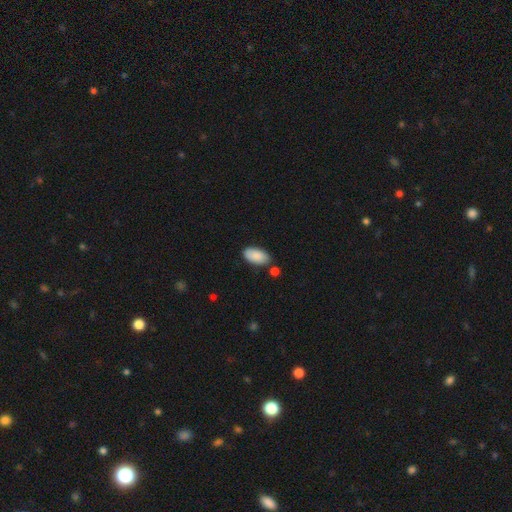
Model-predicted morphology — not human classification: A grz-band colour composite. It shows a smooth galaxy with no disk features (88%) that is in between round and cigar-shaped (95%). Merging: none (74%).